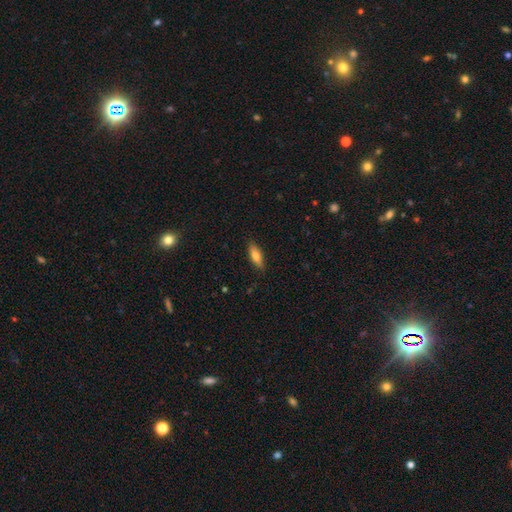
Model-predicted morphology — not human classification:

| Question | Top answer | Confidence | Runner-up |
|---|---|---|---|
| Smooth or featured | smooth | 72% | featured or disk (21%) |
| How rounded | in between | 60% | cigar-shaped (37%) |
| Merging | none | 87% | minor disturbance (10%) |